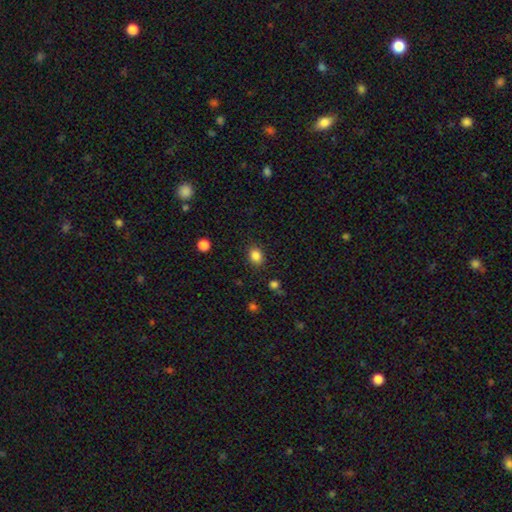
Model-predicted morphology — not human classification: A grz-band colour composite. It shows a smooth galaxy with no disk features (85%) that is in between round and cigar-shaped (53%). Merging: none (85%).